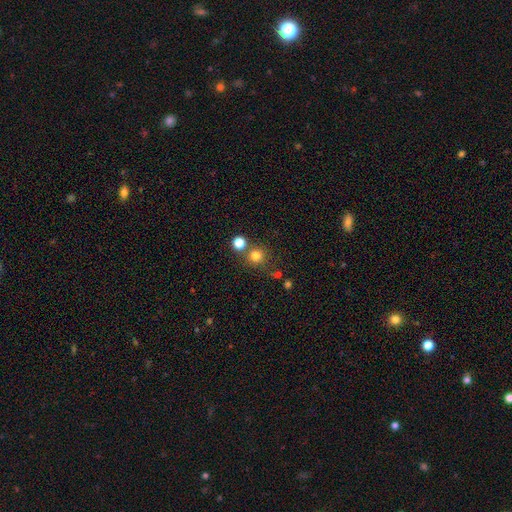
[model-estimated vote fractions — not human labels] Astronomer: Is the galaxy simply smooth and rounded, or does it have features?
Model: smooth — 77%.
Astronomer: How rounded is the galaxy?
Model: round — 93%.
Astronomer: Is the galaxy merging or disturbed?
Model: none — 72%.